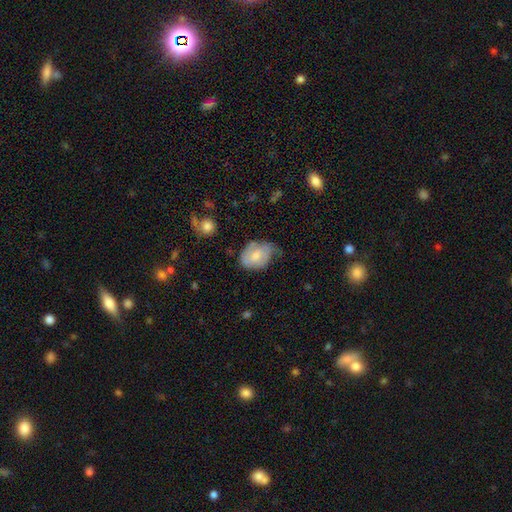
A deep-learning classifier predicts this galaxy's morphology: smooth 62%, featured or disk 31%, star or artifact 7%. Down the decision tree: how rounded — in between (64%); merging — minor disturbance (43%).